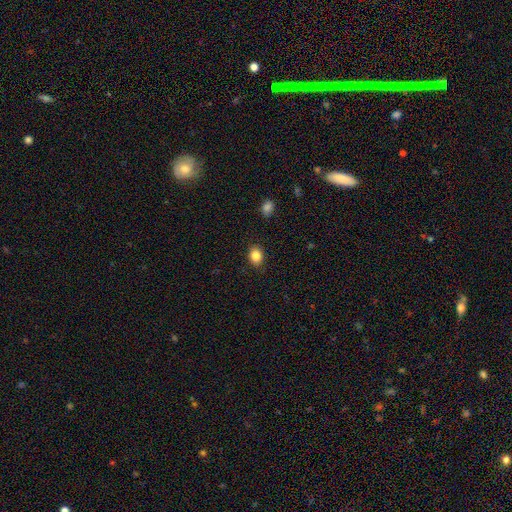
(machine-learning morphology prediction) This appears to be a smooth galaxy with no disk features (85%) that is in between round and cigar-shaped (62%). Merging: none (88%).